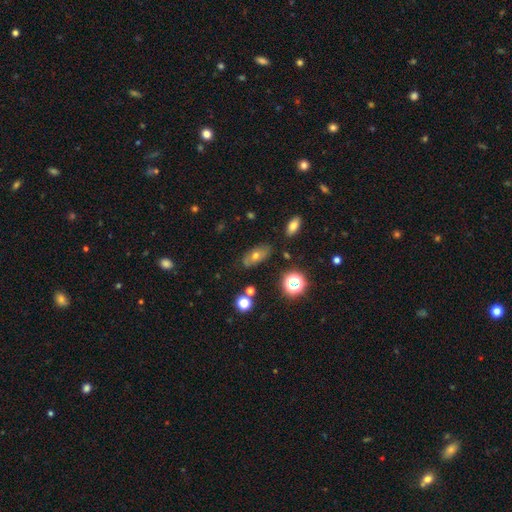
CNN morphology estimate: smooth 55%, featured or disk 30%, star or artifact 15%. Down the decision tree: how rounded — in between (79%); merging — none (74%).